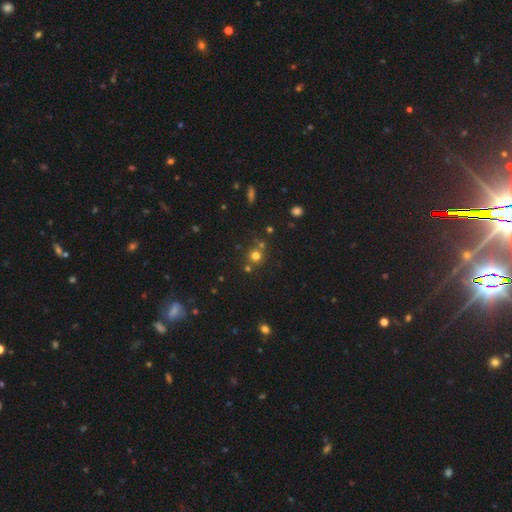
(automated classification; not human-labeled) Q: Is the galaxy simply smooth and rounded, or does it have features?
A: smooth — 69%.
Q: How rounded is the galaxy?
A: round — 91%.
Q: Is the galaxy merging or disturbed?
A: none — 69%.